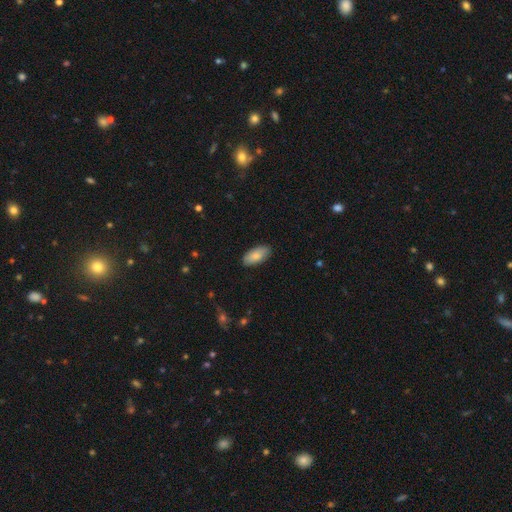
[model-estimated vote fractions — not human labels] This appears to be a smooth galaxy with no disk features (84%) that is in between round and cigar-shaped (93%). Merging: none (86%).